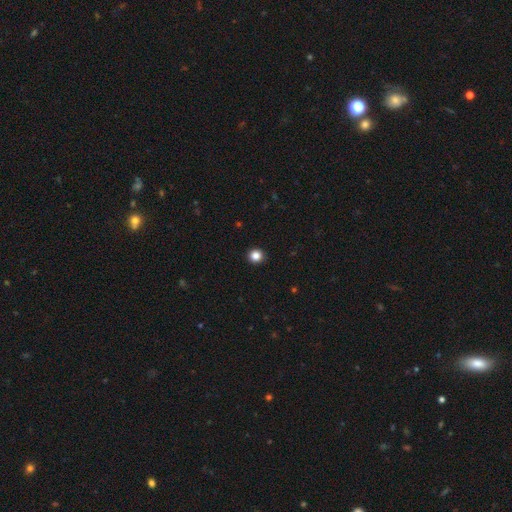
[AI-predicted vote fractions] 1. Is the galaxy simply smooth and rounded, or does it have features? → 84% smooth, 12% star or artifact, 4% featured or disk.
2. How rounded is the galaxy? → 92% round, 7% in between, 1% cigar-shaped.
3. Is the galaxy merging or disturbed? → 93% none, 4% minor disturbance, 2% major disturbance, 1% merger.